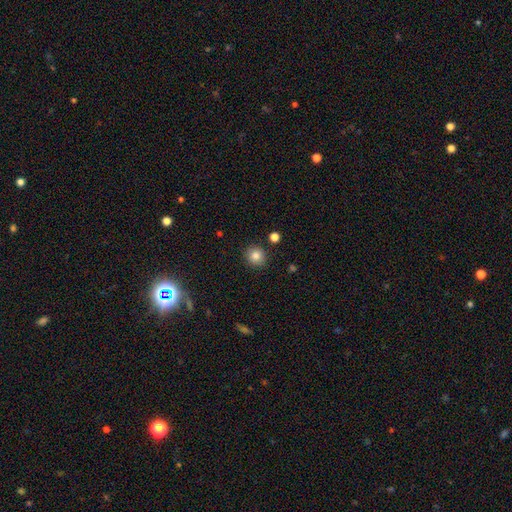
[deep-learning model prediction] smooth 83%, star or artifact 11%, featured or disk 6%. Down the decision tree: how rounded — round (91%); merging — none (90%).